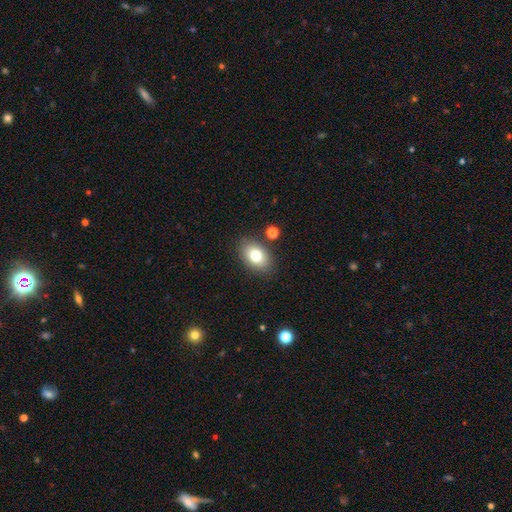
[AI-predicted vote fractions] smooth_or_featured: smooth (p=0.77) [alt: featured or disk p=0.13]
how_rounded: in between (p=0.81) [alt: round p=0.18]
merging: none (p=0.83) [alt: minor disturbance p=0.10]